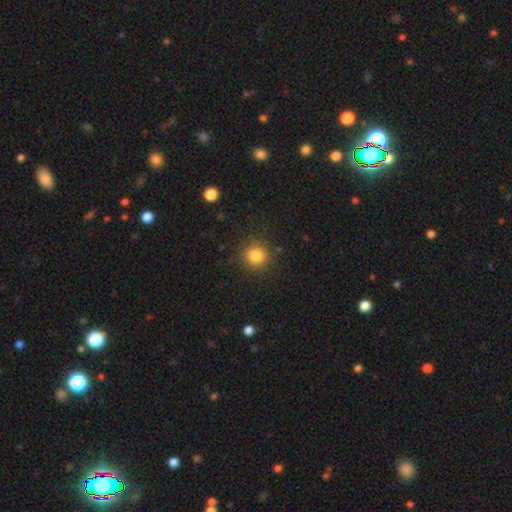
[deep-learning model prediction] smooth-or-featured: smooth: 83% | star or artifact: 12% | featured or disk: 5%
  how-rounded: round: 90% | in between: 9% | cigar-shaped: 1%
  merging: none: 88% | minor disturbance: 8% | major disturbance: 3% | merger: 1%